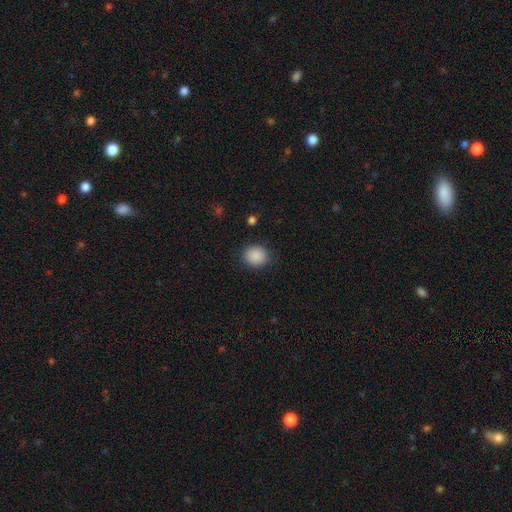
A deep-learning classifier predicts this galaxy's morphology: smooth 89%, star or artifact 8%, featured or disk 3%. Down the decision tree: how rounded — round (74%); merging — none (86%).